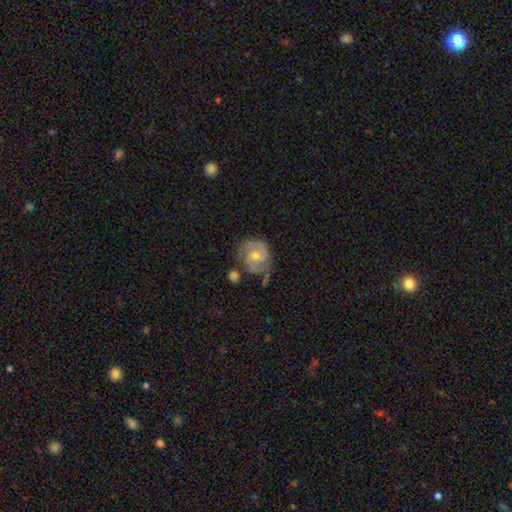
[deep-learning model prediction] Smooth or featured: featured or disk — 78% (smooth — 16%)
Edge-on disk: no — 98% (yes — 2%)
Bar: no — 54% (weak — 38%)
Spiral arms: yes — 93% (no — 7%)
Spiral winding: tight — 44% (medium — 43%)
Spiral arm count: 2 — 67% (can't tell — 13%)
Bulge size: moderate — 56% (small — 40%)
Merging: none — 54% (minor disturbance — 25%)